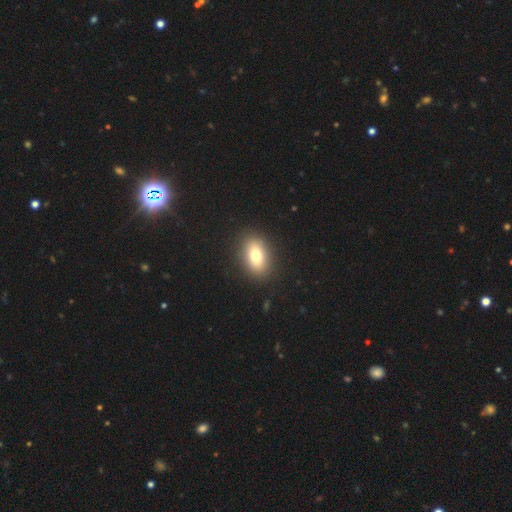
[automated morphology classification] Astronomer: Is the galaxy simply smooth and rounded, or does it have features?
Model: smooth — 77%.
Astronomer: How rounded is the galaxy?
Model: in between — 80%.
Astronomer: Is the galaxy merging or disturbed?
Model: none — 89%.